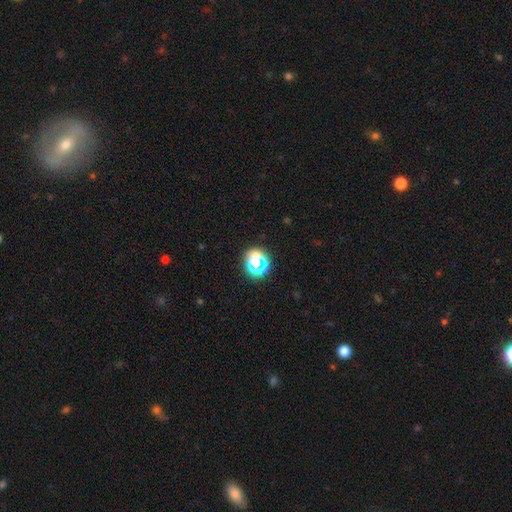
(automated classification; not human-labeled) Smooth or featured?
  - star or artifact: 48% *
  - smooth: 40%
  - featured or disk: 12%